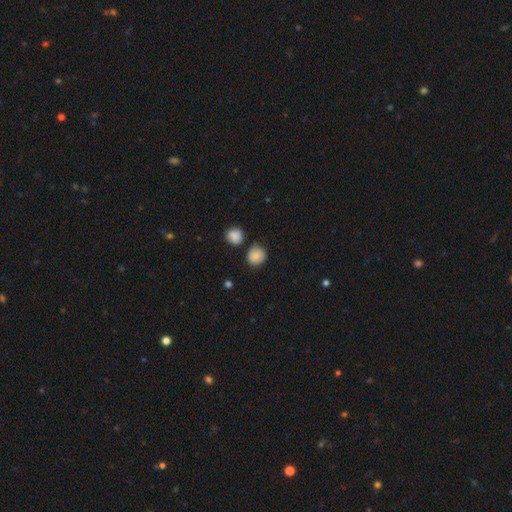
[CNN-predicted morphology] smooth-or-featured: smooth: 84% | star or artifact: 10% | featured or disk: 7%
  how-rounded: round: 88% | in between: 11% | cigar-shaped: 1%
  merging: none: 80% | minor disturbance: 12% | merger: 6% | major disturbance: 3%